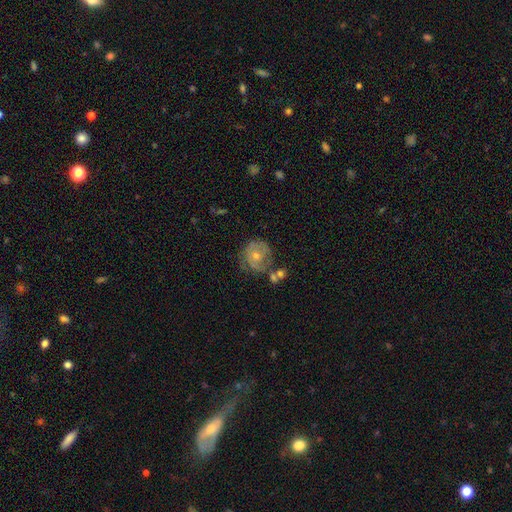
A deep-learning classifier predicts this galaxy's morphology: featured or disk 69%, smooth 21%, star or artifact 10%. Down the decision tree: edge-on disk — no (97%); bar — no (78%); spiral arms — yes (81%); spiral arm count — 2 (37%); spiral winding — tight (68%); bulge size — moderate (54%); merging — none (64%).